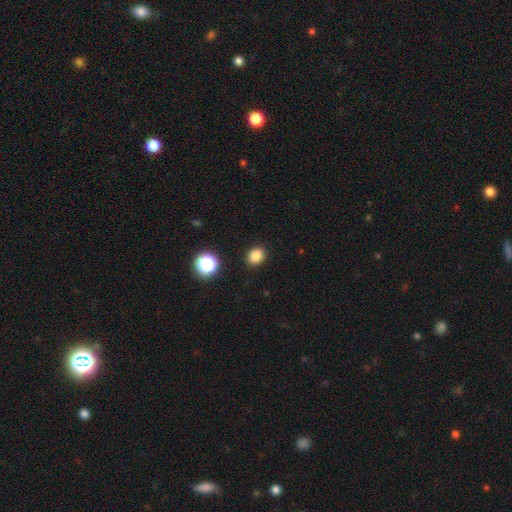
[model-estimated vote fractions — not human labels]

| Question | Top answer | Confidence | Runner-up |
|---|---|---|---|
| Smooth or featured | smooth | 83% | star or artifact (13%) |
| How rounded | in between | 51% | round (48%) |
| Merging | none | 90% | minor disturbance (7%) |